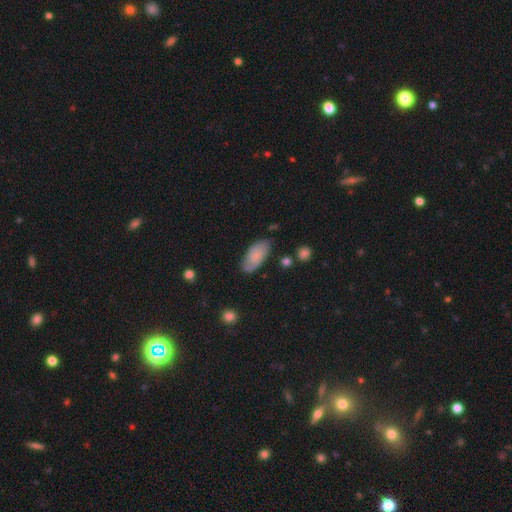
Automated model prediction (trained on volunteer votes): smooth-or-featured: smooth: 78% | featured or disk: 15% | star or artifact: 7%
  how-rounded: in between: 92% | cigar-shaped: 6% | round: 2%
  merging: none: 74% | minor disturbance: 19% | major disturbance: 4% | merger: 3%